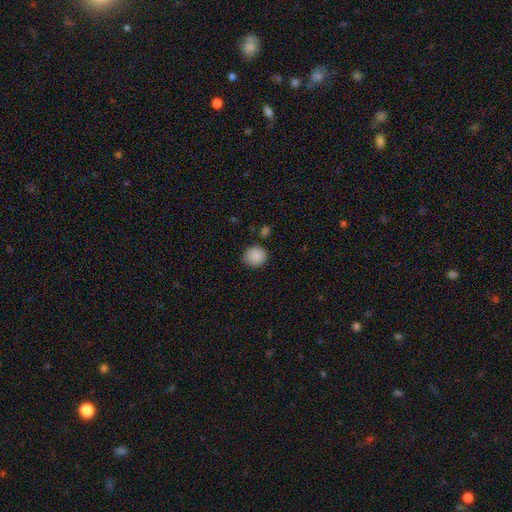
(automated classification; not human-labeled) smooth 87%, star or artifact 8%, featured or disk 5%. Down the decision tree: how rounded — round (89%); merging — none (84%).